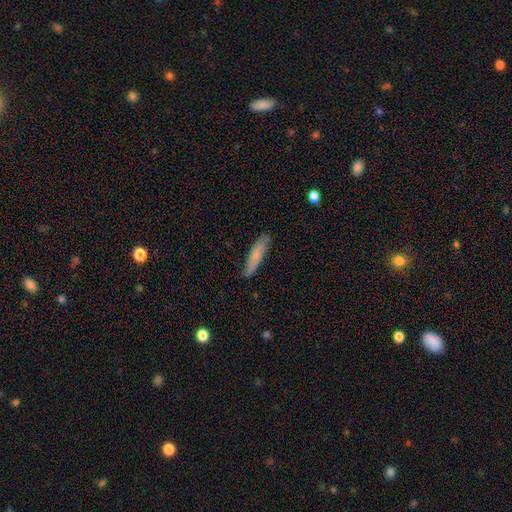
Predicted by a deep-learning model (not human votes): The model was most divided on "smooth or featured": smooth: 69%, featured or disk: 25%, star or artifact: 6%. More confident: how rounded — cigar-shaped (83%); merging — none (81%).